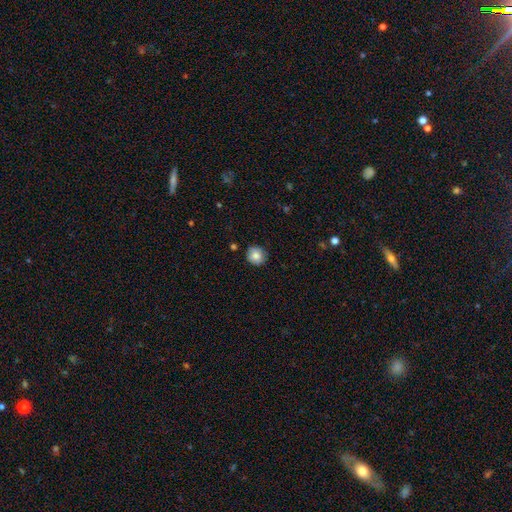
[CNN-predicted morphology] This is clearly a smooth galaxy (81%). How rounded: clearly round (91%). Merging: clearly none (85%).